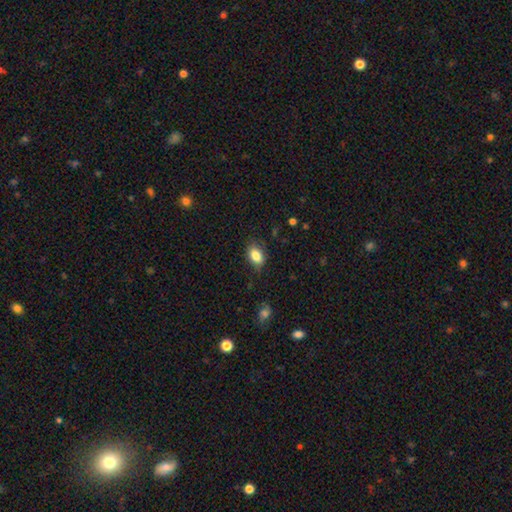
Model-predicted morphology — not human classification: Smooth or featured: smooth — 84% (star or artifact — 8%)
How rounded: in between — 83% (round — 15%)
Merging: none — 75% (minor disturbance — 19%)